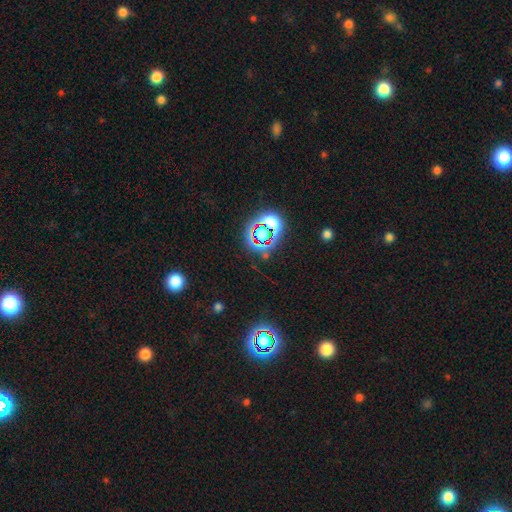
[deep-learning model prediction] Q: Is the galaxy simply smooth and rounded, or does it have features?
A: star or artifact — 77%.